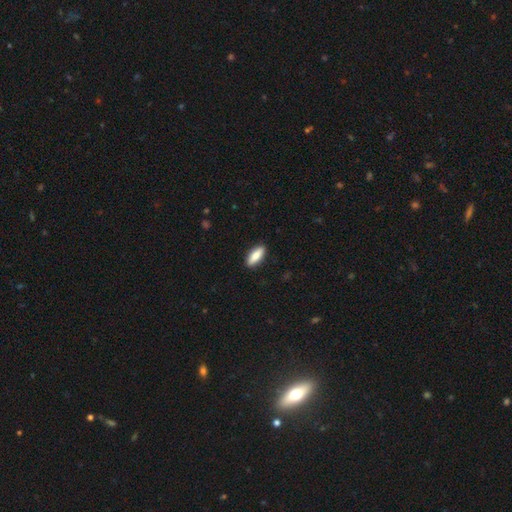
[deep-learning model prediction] Q: Smooth or featured?
A: smooth (83%); runner-up: featured or disk (12%)
Q: How rounded?
A: in between (70%); runner-up: cigar-shaped (28%)
Q: Merging?
A: none (90%); runner-up: minor disturbance (8%)